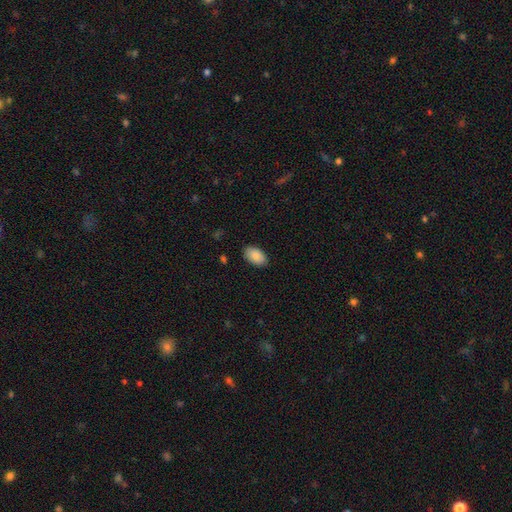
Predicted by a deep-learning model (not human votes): Smooth or featured?
  - smooth: 87% *
  - featured or disk: 7%
  - star or artifact: 6%
How rounded?
  - in between: 94% *
  - round: 5%
  - cigar-shaped: 1%
Merging?
  - none: 88% *
  - minor disturbance: 9%
  - major disturbance: 2%
  - merger: 1%